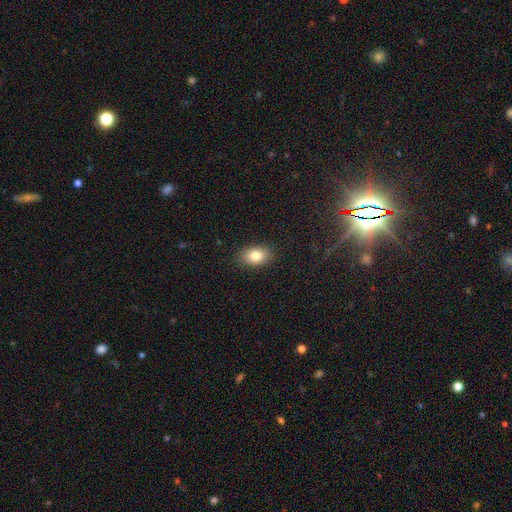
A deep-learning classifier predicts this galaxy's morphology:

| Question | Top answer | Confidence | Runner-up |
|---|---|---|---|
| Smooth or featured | smooth | 82% | featured or disk (9%) |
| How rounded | in between | 85% | round (14%) |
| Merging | none | 88% | minor disturbance (9%) |